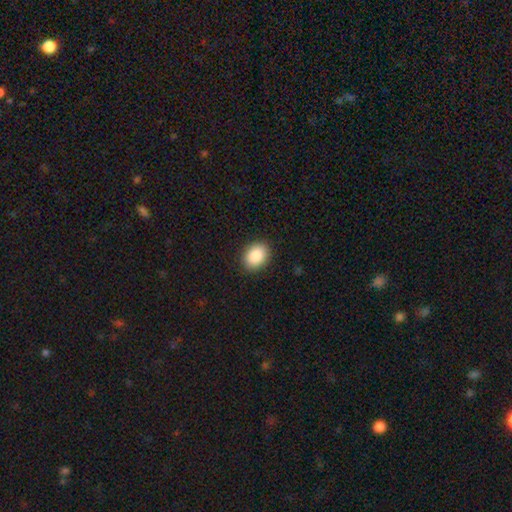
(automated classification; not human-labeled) Q: Smooth or featured?
A: smooth (88%); runner-up: star or artifact (7%)
Q: How rounded?
A: in between (66%); runner-up: round (33%)
Q: Merging?
A: none (89%); runner-up: minor disturbance (8%)